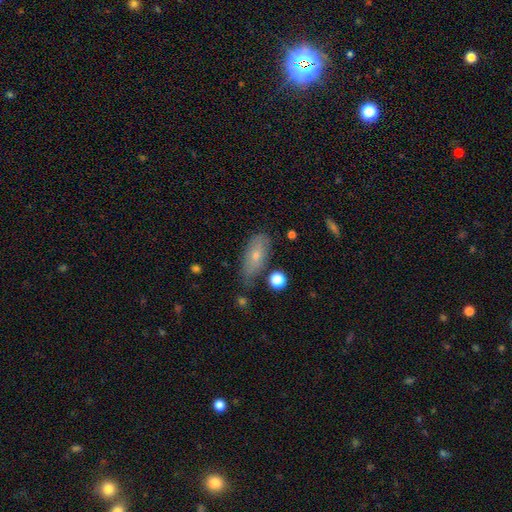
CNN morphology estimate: smooth_or_featured: smooth (p=0.64) [alt: featured or disk p=0.27]
how_rounded: in between (p=0.80) [alt: cigar-shaped p=0.15]
merging: none (p=0.61) [alt: minor disturbance p=0.28]